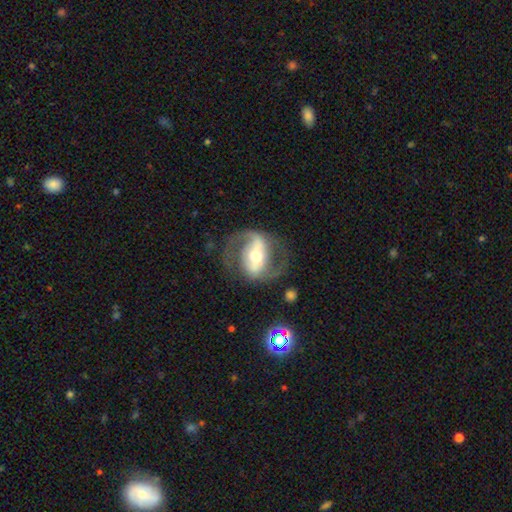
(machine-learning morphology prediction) Q: Smooth or featured?
A: featured or disk (83%); runner-up: smooth (12%)
Q: Edge-on disk?
A: no (96%); runner-up: yes (4%)
Q: Bar?
A: strong (51%); runner-up: weak (29%)
Q: Spiral arms?
A: yes (86%); runner-up: no (14%)
Q: Spiral winding?
A: medium (52%); runner-up: loose (30%)
Q: Spiral arm count?
A: 2 (89%); runner-up: can't tell (5%)
Q: Bulge size?
A: moderate (65%); runner-up: small (22%)
Q: Merging?
A: none (70%); runner-up: minor disturbance (14%)